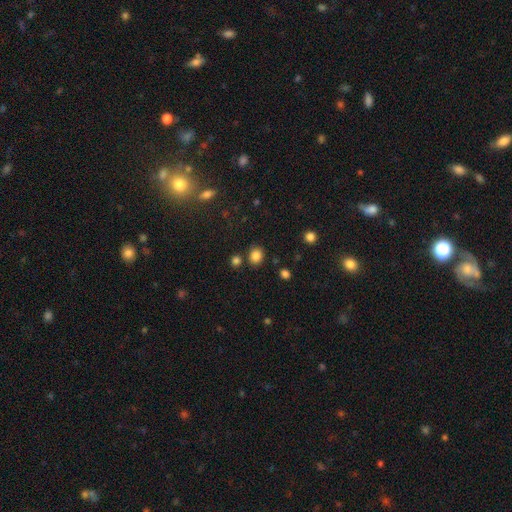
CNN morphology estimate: Smooth or featured? Predicted: smooth (p=0.83). How rounded? Predicted: round (p=0.69). Merging? Predicted: none (p=0.81).